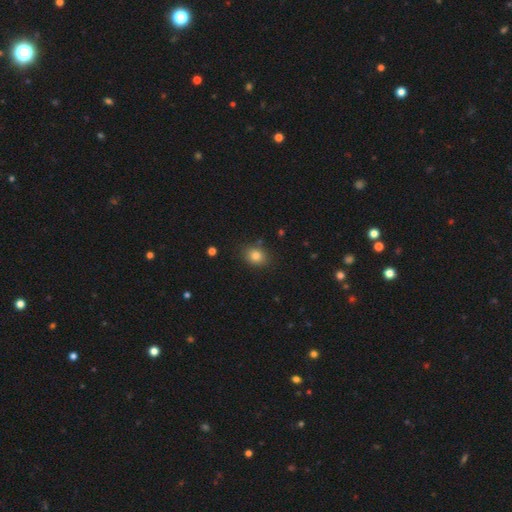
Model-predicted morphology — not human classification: smooth_or_featured: smooth (p=0.82) [alt: star or artifact p=0.11]
how_rounded: round (p=0.52) [alt: in between p=0.47]
merging: none (p=0.85) [alt: minor disturbance p=0.10]